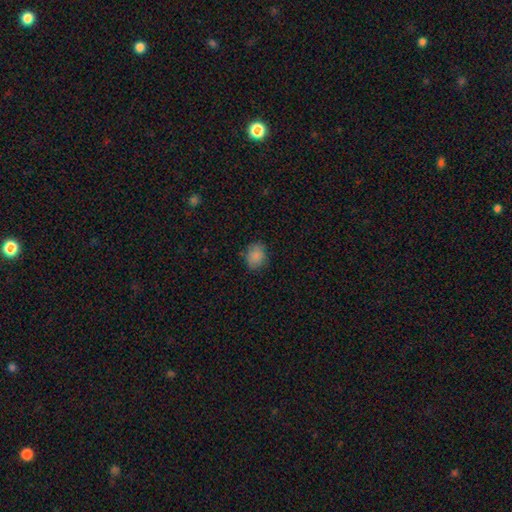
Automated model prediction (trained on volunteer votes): Smooth or featured? smooth (86%)
How rounded? round (57%)
Merging? none (79%)